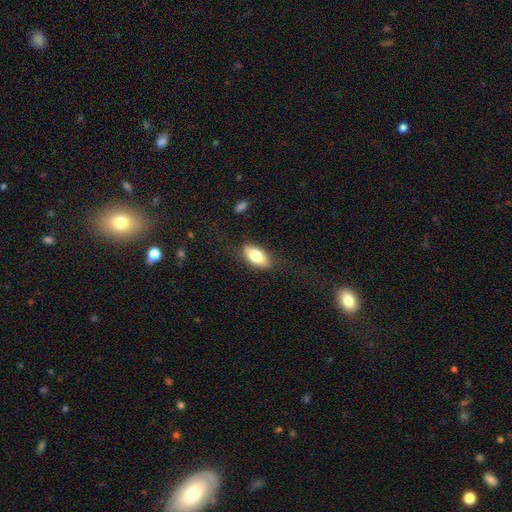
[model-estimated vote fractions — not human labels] Overall: smooth (75%). How rounded: in between (87%). Merging: none (80%).